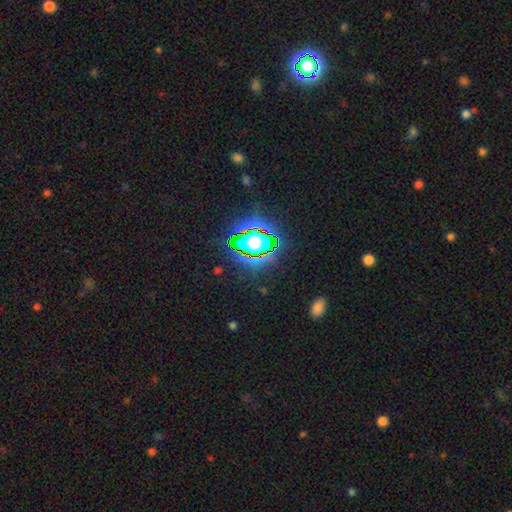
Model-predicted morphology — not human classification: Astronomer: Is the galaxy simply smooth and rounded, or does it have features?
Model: star or artifact — 79%.